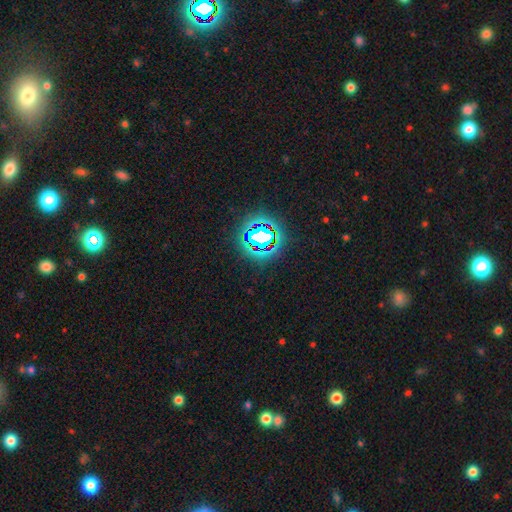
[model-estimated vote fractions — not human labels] A star or artifact, not a galaxy (82%).

Vote fractions:
- Smooth or featured? star or artifact: 82% / smooth: 12% / featured or disk: 7%